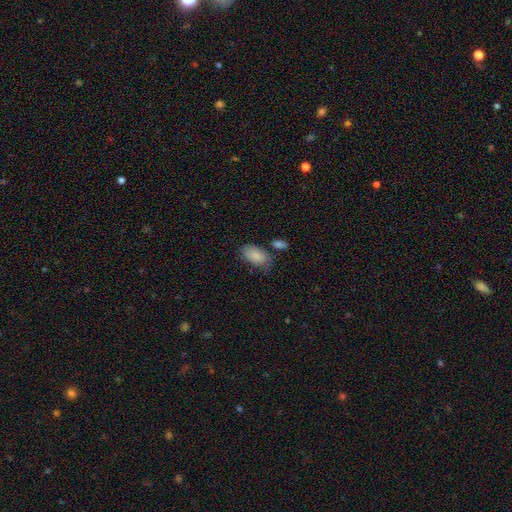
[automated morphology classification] smooth-or-featured: smooth: 85% | featured or disk: 9% | star or artifact: 7%
  how-rounded: in between: 94% | round: 4% | cigar-shaped: 2%
  merging: none: 60% | minor disturbance: 25% | merger: 9% | major disturbance: 7%